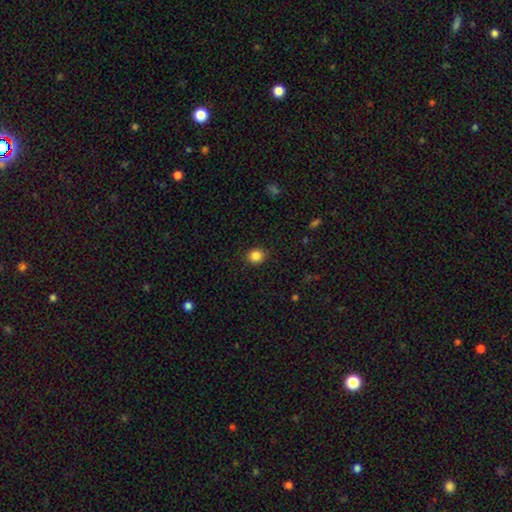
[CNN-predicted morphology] smooth_or_featured: smooth (p=0.86) [alt: star or artifact p=0.10]
how_rounded: round (p=0.79) [alt: in between p=0.20]
merging: none (p=0.90) [alt: minor disturbance p=0.07]